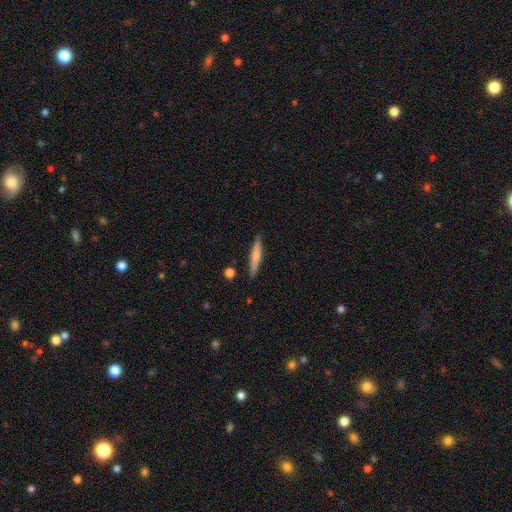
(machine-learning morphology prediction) This is likely a smooth galaxy (67%). How rounded: clearly cigar-shaped (93%). Merging: clearly none (87%).